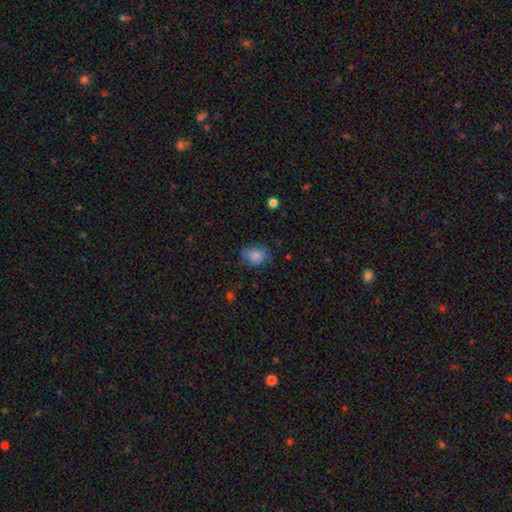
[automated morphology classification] Smooth or featured: smooth — 83% (star or artifact — 9%)
How rounded: in between — 54% (round — 45%)
Merging: none — 68% (minor disturbance — 24%)